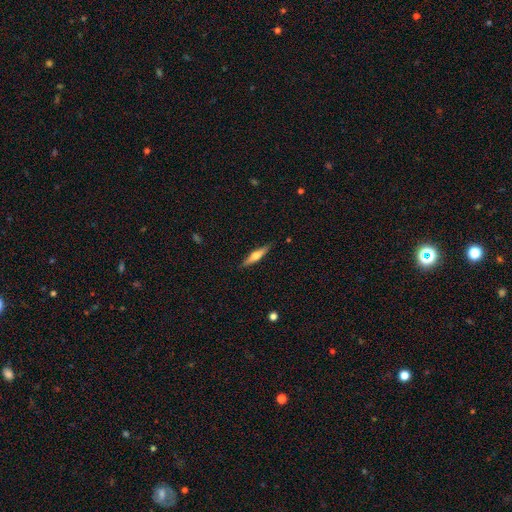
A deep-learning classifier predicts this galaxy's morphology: smooth-or-featured: featured or disk: 56% | smooth: 38% | star or artifact: 6%
  disk-edge-on: yes: 95% | no: 5%
    edge-on-bulge: rounded: 90% | none: 5% | boxy: 5%
  merging: none: 88% | minor disturbance: 9% | major disturbance: 2% | merger: 1%